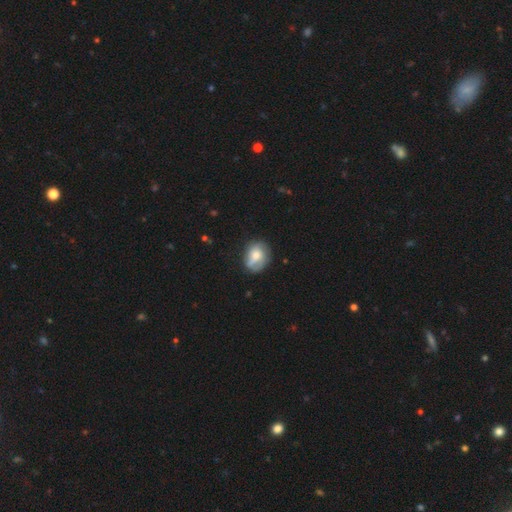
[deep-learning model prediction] Smooth or featured: smooth — 60% (featured or disk — 32%)
How rounded: round — 50% (in between — 49%)
Merging: none — 56% (minor disturbance — 30%)